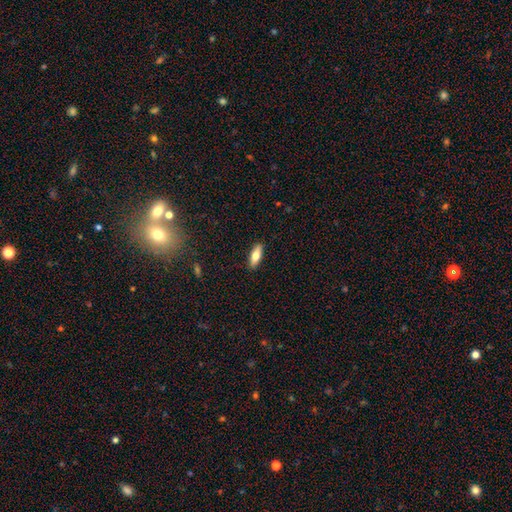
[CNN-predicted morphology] Smooth or featured? Predicted: smooth (p=0.71). How rounded? Predicted: in between (p=0.64). Merging? Predicted: none (p=0.89).